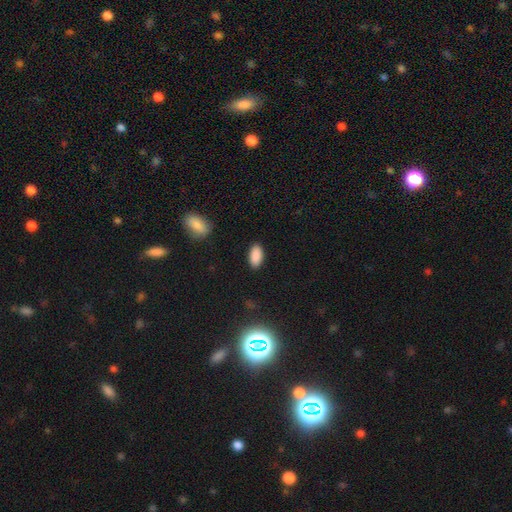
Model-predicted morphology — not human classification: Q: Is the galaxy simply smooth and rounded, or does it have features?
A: smooth — 89%.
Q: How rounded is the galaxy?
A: in between — 92%.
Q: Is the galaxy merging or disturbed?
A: none — 88%.